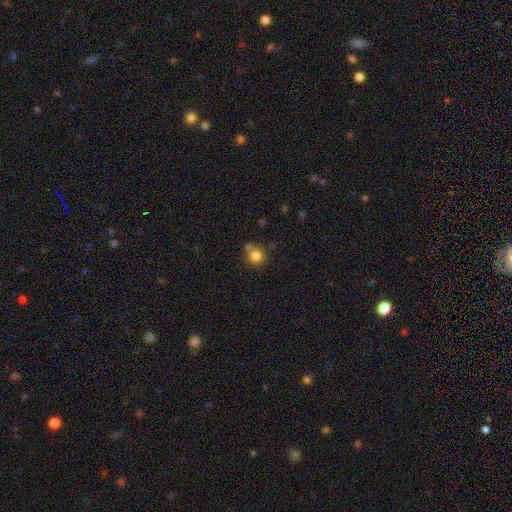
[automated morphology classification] Smooth or featured?
  - smooth: 80% *
  - star or artifact: 12%
  - featured or disk: 8%
How rounded?
  - round: 91% *
  - in between: 8%
  - cigar-shaped: 1%
Merging?
  - none: 66% *
  - merger: 19%
  - minor disturbance: 12%
  - major disturbance: 4%